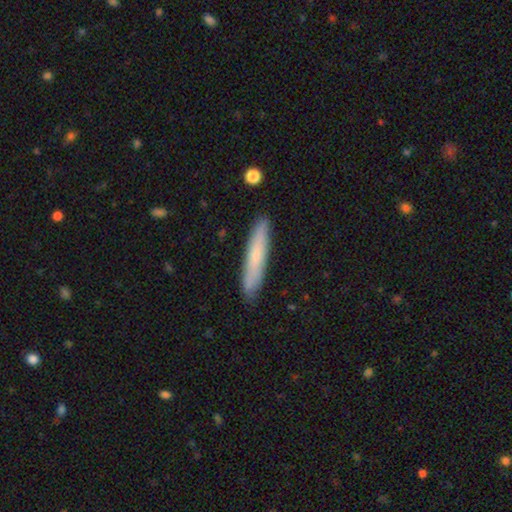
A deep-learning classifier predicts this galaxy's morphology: Smooth or featured?
  - smooth: 69% *
  - featured or disk: 25%
  - star or artifact: 6%
How rounded?
  - cigar-shaped: 93% *
  - in between: 6%
  - round: 1%
Merging?
  - none: 89% *
  - minor disturbance: 8%
  - major disturbance: 2%
  - merger: 1%